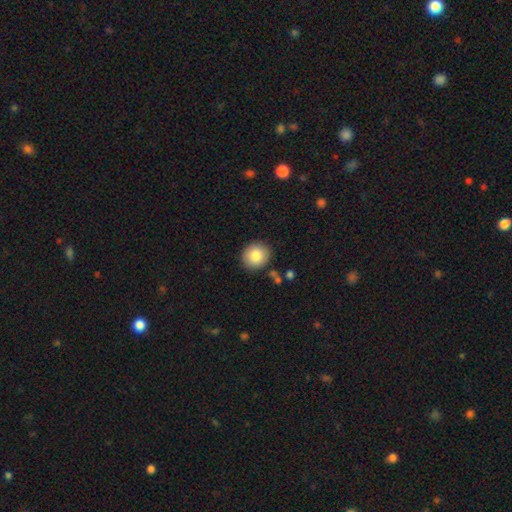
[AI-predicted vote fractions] Smooth or featured? Predicted: smooth (p=0.84). How rounded? Predicted: round (p=0.83). Merging? Predicted: none (p=0.88).